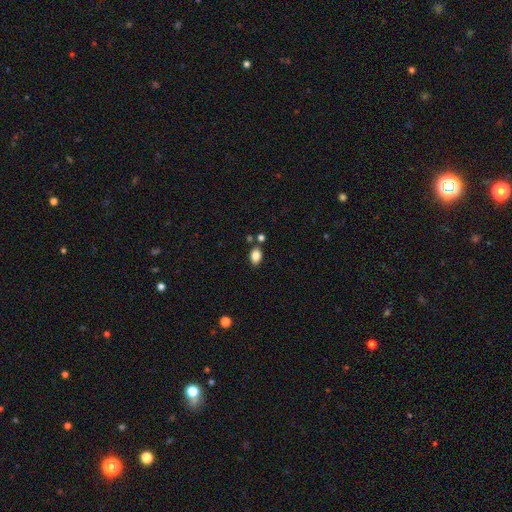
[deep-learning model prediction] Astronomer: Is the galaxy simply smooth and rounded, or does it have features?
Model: smooth — 84%.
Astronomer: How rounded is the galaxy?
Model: in between — 78%.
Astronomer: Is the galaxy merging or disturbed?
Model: none — 77%.